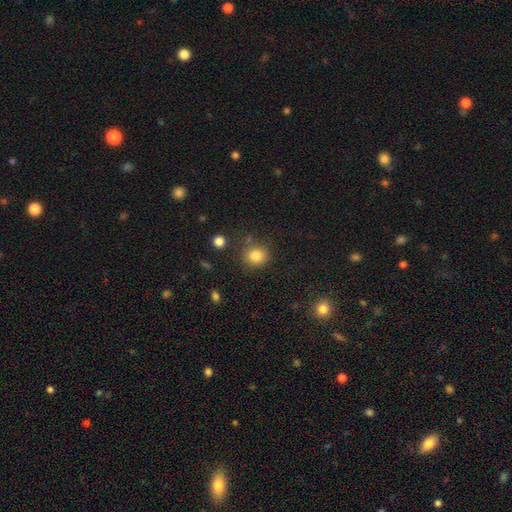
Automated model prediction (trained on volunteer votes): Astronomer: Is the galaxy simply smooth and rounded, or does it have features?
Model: smooth — 83%.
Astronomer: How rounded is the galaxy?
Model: round — 82%.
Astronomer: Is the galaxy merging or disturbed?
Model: none — 77%.